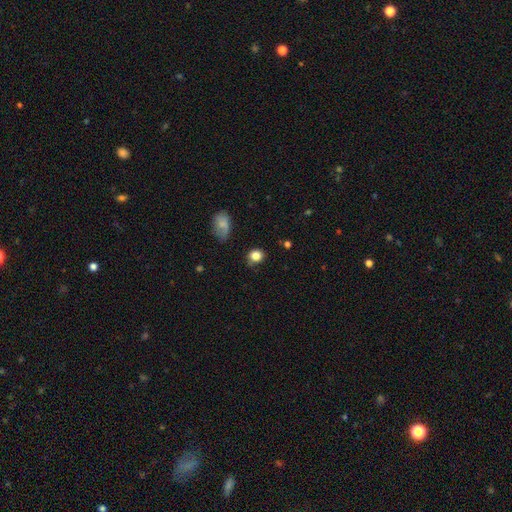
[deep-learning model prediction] Smooth or featured? Predicted: smooth (p=0.83). How rounded? Predicted: round (p=0.73). Merging? Predicted: none (p=0.68).